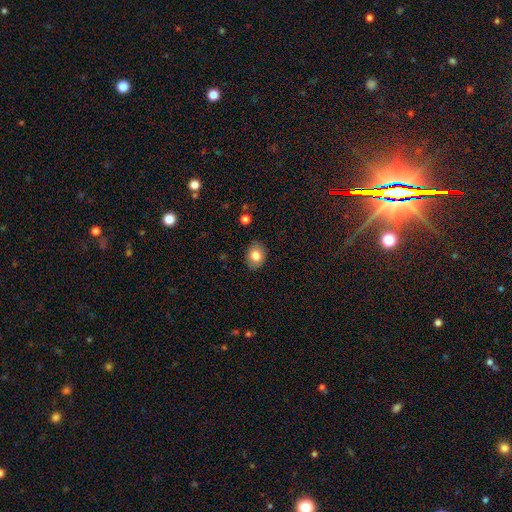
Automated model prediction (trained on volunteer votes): Smooth or featured: smooth — 81% (featured or disk — 10%)
How rounded: in between — 60% (round — 39%)
Merging: none — 87% (minor disturbance — 10%)